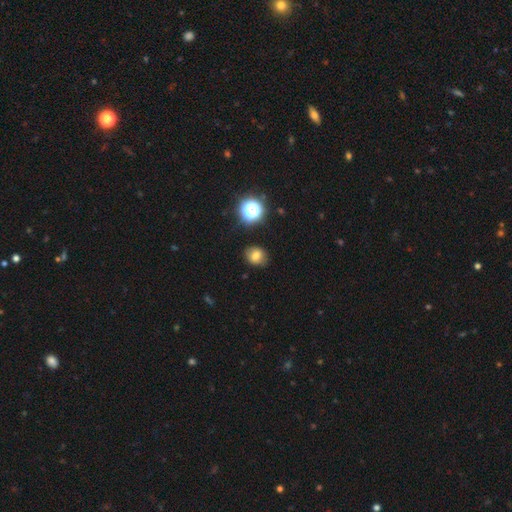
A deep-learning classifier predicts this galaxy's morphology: The model was most divided on "how rounded": round: 67%, in between: 32%, cigar-shaped: 1%. More confident: merging — none (85%); smooth or featured — smooth (76%).